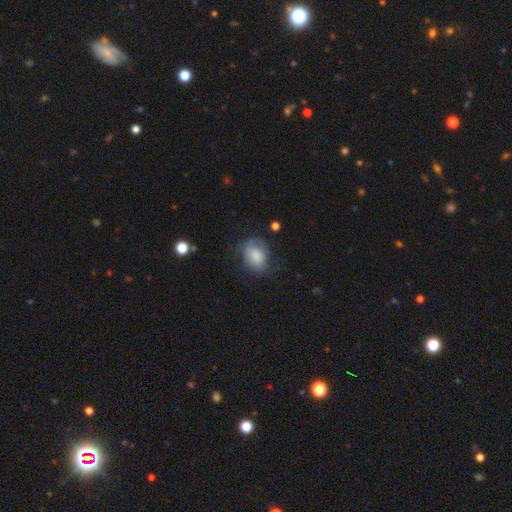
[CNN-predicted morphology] Smooth or featured?
  - smooth: 79% *
  - featured or disk: 14%
  - star or artifact: 8%
How rounded?
  - in between: 58% *
  - round: 41%
  - cigar-shaped: 1%
Merging?
  - none: 60% *
  - minor disturbance: 26%
  - major disturbance: 12%
  - merger: 2%